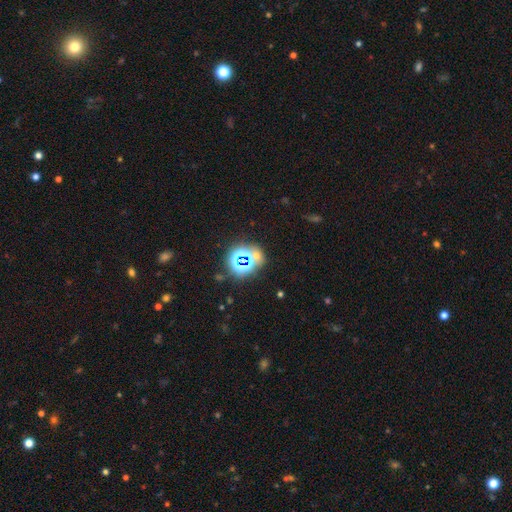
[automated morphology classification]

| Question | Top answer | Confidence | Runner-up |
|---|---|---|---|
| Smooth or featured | star or artifact | 65% | smooth (26%) |